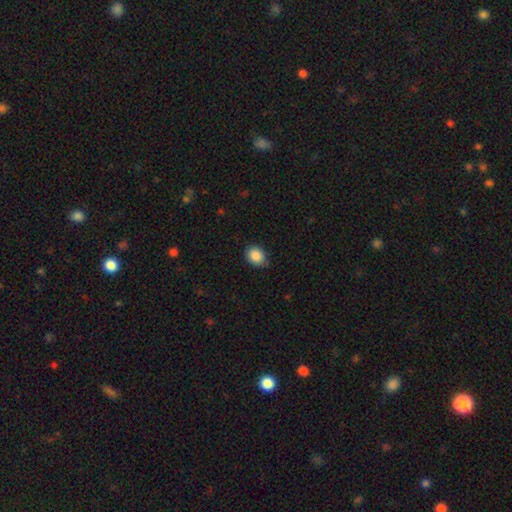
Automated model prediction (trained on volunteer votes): Smooth or featured? smooth (88%)
How rounded? in between (50%)
Merging? none (73%)